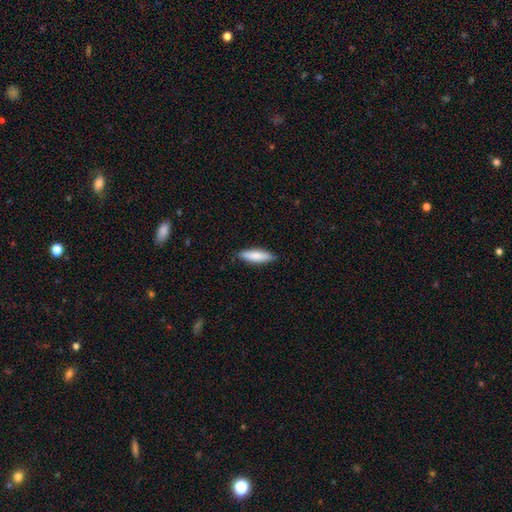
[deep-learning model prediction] Smooth or featured? smooth (80%)
How rounded? cigar-shaped (65%)
Merging? none (88%)